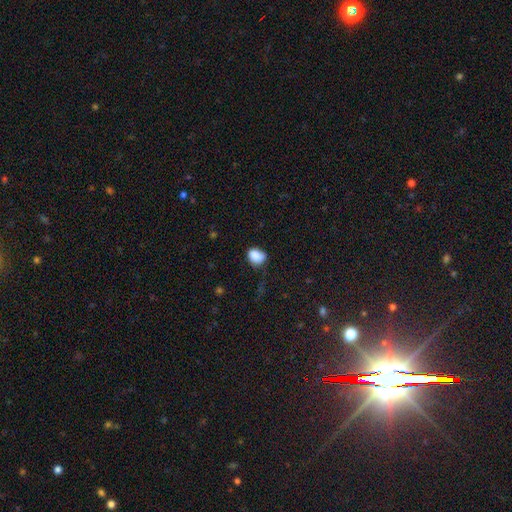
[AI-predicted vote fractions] This is clearly a smooth galaxy (87%). How rounded: possibly in between (57%). Merging: possibly none (57%).